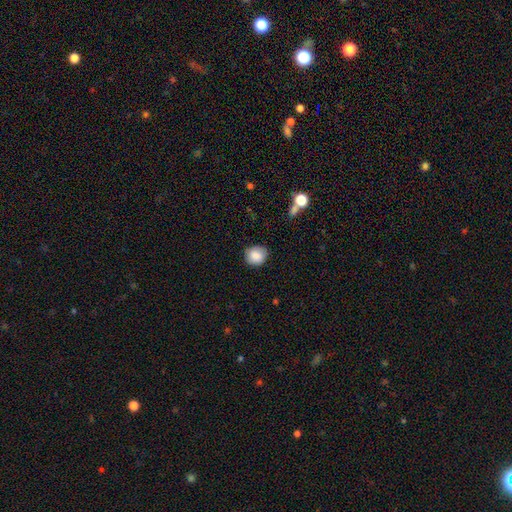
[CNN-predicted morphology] smooth_or_featured: smooth (p=0.86) [alt: star or artifact p=0.08]
how_rounded: round (p=0.81) [alt: in between p=0.18]
merging: none (p=0.84) [alt: minor disturbance p=0.12]